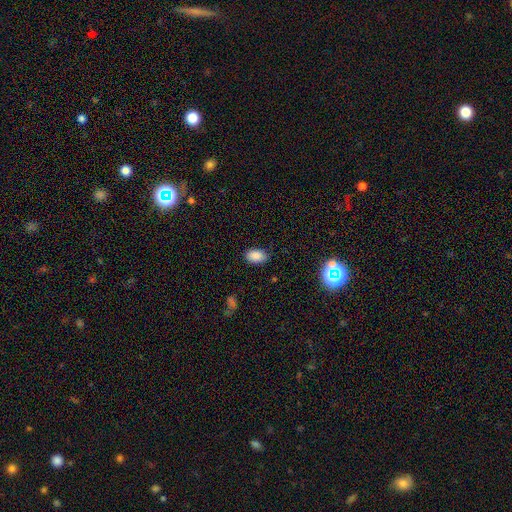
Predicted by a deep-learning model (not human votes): smooth-or-featured: smooth: 86% | star or artifact: 10% | featured or disk: 5%
  how-rounded: in between: 91% | round: 8% | cigar-shaped: 1%
  merging: none: 84% | minor disturbance: 12% | major disturbance: 3% | merger: 1%